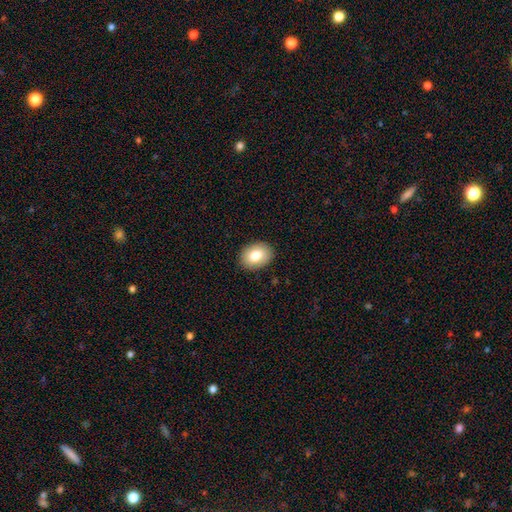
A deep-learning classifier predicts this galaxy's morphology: This appears to be a smooth galaxy with no disk features (82%) that is in between round and cigar-shaped (72%). Merging: none (89%).